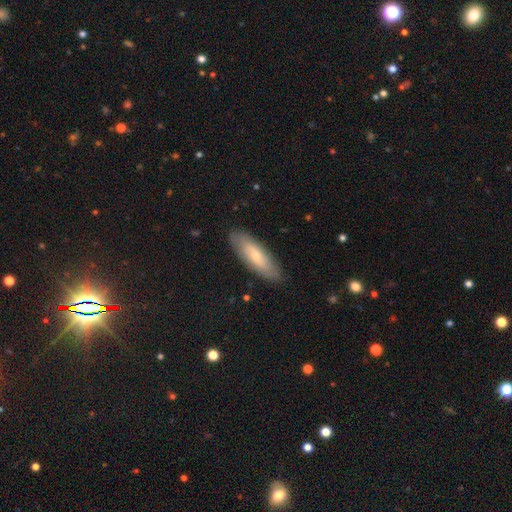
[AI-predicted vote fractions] Q: Smooth or featured?
A: smooth (60%); runner-up: featured or disk (34%)
Q: How rounded?
A: in between (53%); runner-up: cigar-shaped (44%)
Q: Merging?
A: none (85%); runner-up: minor disturbance (11%)